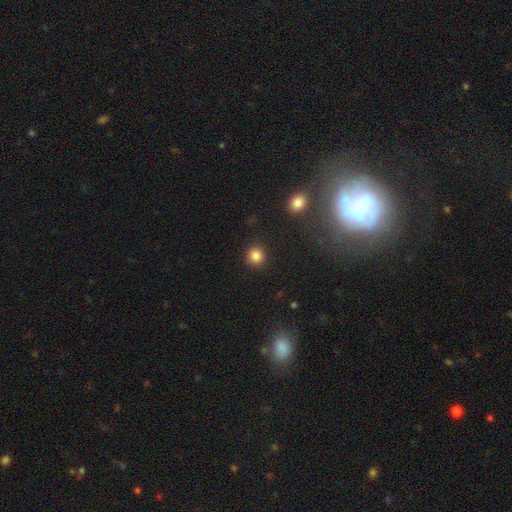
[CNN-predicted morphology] smooth_or_featured: smooth (p=0.85) [alt: star or artifact p=0.11]
how_rounded: round (p=0.92) [alt: in between p=0.07]
merging: none (p=0.91) [alt: minor disturbance p=0.06]